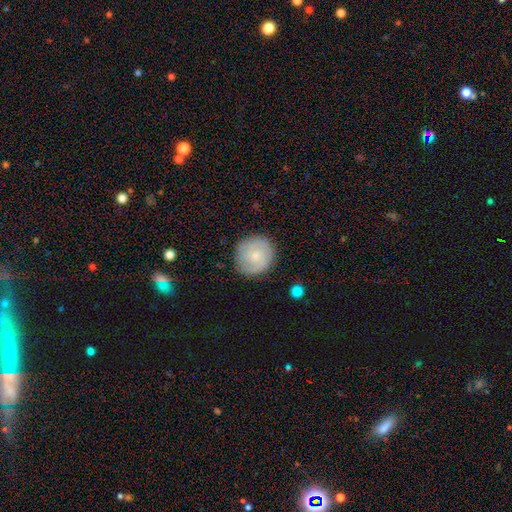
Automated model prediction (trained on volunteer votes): This appears to be a featured or disk galaxy (47%). Merging: none (85%).